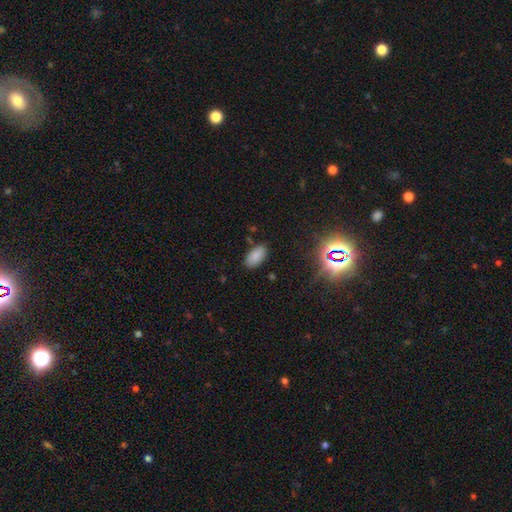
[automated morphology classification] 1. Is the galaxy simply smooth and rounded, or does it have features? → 83% smooth, 12% star or artifact, 6% featured or disk.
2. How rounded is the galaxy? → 94% in between, 4% cigar-shaped, 3% round.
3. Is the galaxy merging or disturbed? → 84% none, 11% minor disturbance, 3% major disturbance, 2% merger.